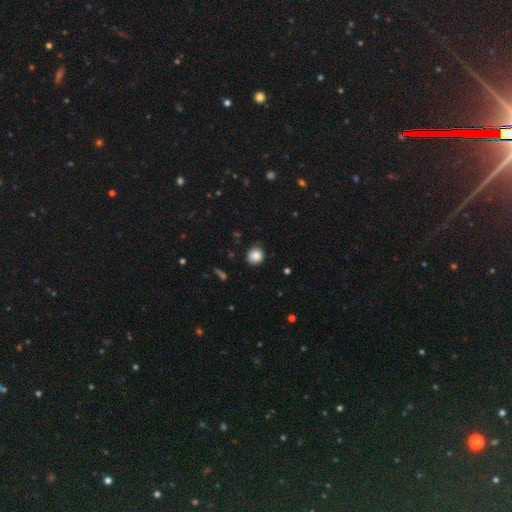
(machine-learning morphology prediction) The model was most divided on "merging": none: 86%, minor disturbance: 11%, major disturbance: 2%, merger: 1%. More confident: how rounded — round (89%); smooth or featured — smooth (85%).